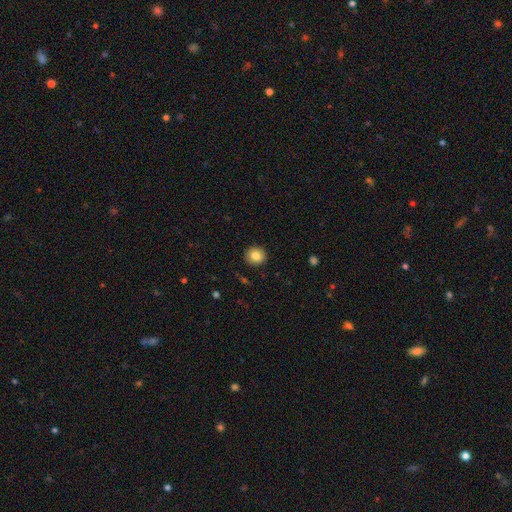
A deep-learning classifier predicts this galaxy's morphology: smooth-or-featured: smooth: 84% | star or artifact: 9% | featured or disk: 7%
  how-rounded: round: 89% | in between: 10% | cigar-shaped: 1%
  merging: none: 92% | minor disturbance: 6% | major disturbance: 2% | merger: 1%